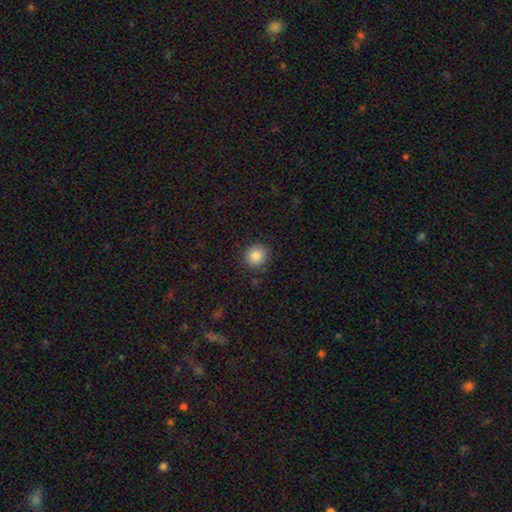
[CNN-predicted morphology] This appears to be a smooth galaxy with no disk features (84%) that is round (90%). Merging: none (89%).